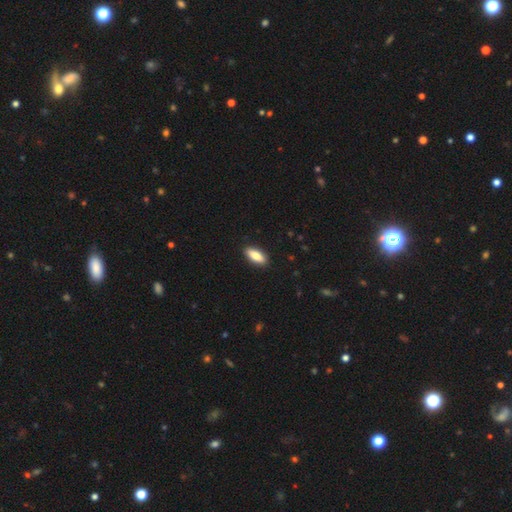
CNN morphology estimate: The model was most divided on "how rounded": in between: 77%, cigar-shaped: 21%, round: 2%. More confident: merging — none (90%); smooth or featured — smooth (81%).